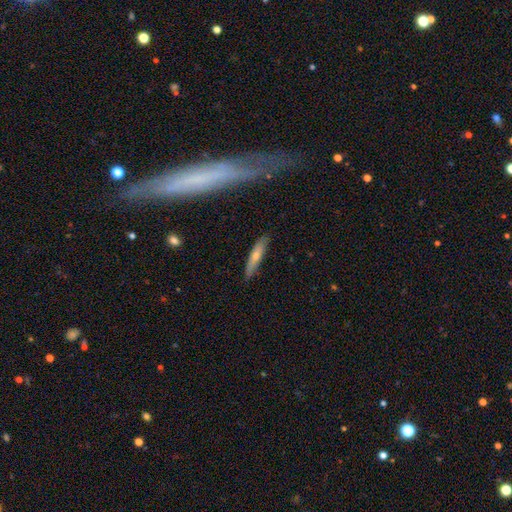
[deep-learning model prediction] The model was most divided on "smooth or featured": smooth: 50%, featured or disk: 44%, star or artifact: 7%. More confident: merging — none (82%).